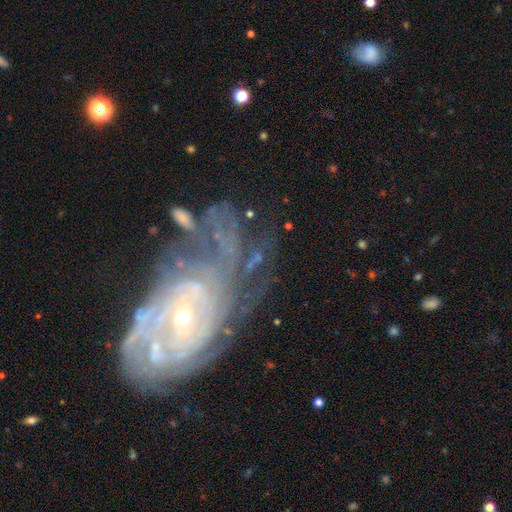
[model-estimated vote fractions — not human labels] featured or disk 81%, star or artifact 10%, smooth 9%. Down the decision tree: edge-on disk — no (95%); bar — no (54%); spiral arms — yes (93%); spiral arm count — can't tell (34%); spiral winding — tight (72%); bulge size — small (72%); merging — none (56%).